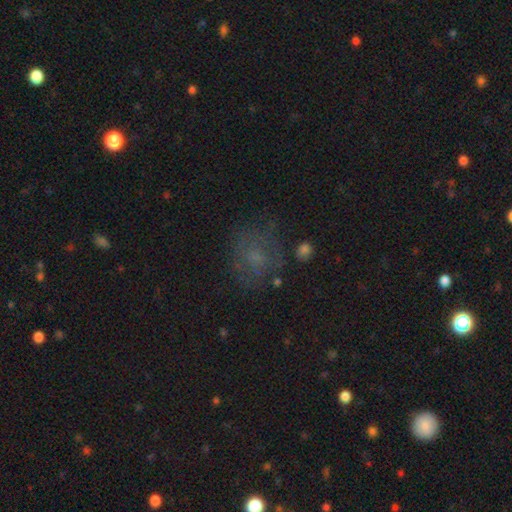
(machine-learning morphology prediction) Smooth or featured: smooth — 47% (featured or disk — 28%)
Merging: none — 63% (minor disturbance — 19%)